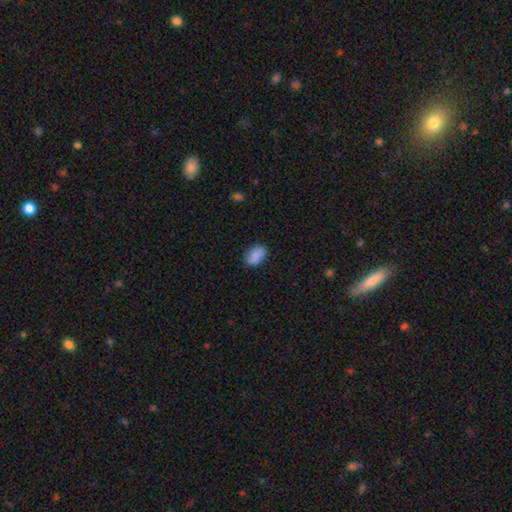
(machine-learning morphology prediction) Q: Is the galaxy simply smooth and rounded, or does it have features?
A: smooth — 88%.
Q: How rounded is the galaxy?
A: in between — 85%.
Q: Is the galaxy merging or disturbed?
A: none — 82%.